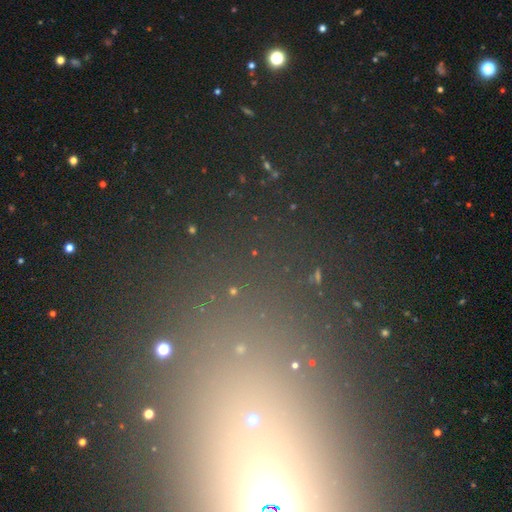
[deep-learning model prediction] Smooth or featured: star or artifact — 69% (smooth — 21%)